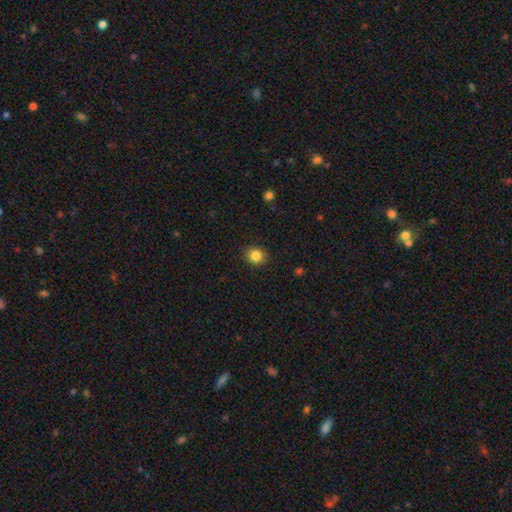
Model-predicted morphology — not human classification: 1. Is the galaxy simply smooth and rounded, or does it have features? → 85% smooth, 11% star or artifact, 5% featured or disk.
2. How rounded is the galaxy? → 81% round, 18% in between, 1% cigar-shaped.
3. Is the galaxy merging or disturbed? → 90% none, 7% minor disturbance, 2% major disturbance, 1% merger.